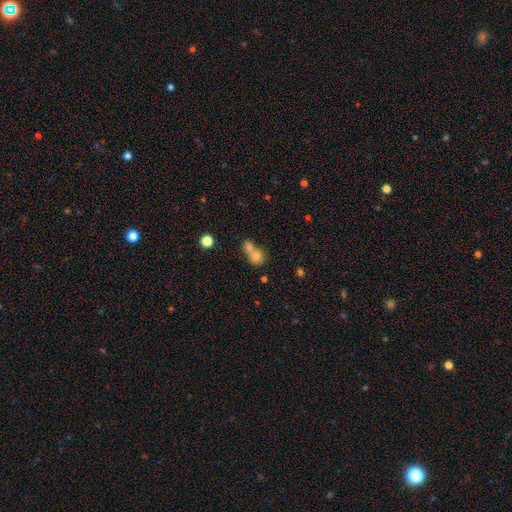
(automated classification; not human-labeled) The model was most divided on "how rounded": round: 60%, in between: 38%, cigar-shaped: 2%. More confident: smooth or featured — smooth (73%); merging — merger (65%).